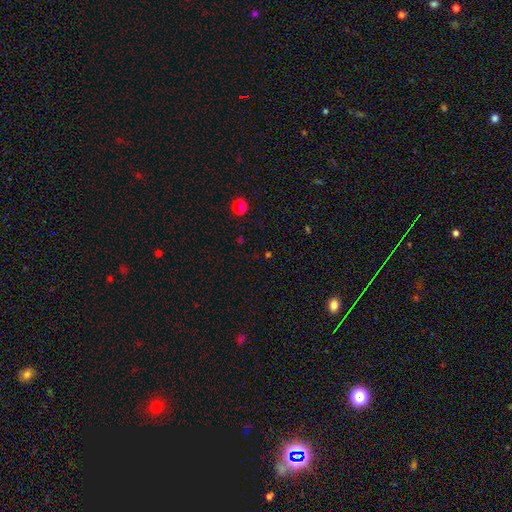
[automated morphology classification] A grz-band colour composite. It shows a star or artifact, not a galaxy (58%).